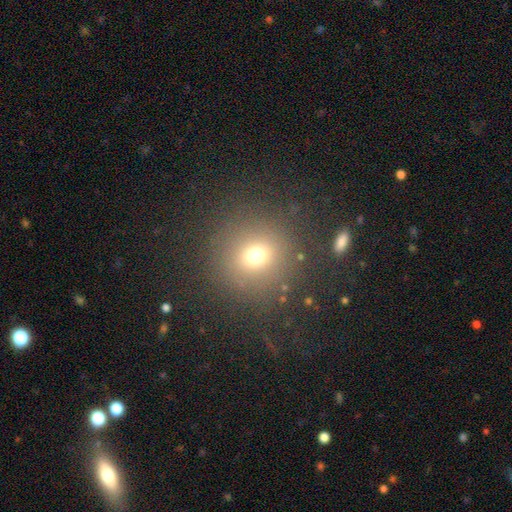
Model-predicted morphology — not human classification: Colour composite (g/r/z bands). It shows a smooth galaxy with no disk features (69%) that is round (91%). Merging: none (85%).